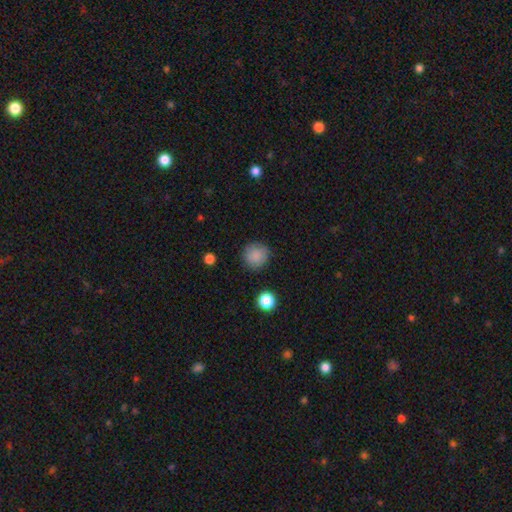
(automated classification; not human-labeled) smooth_or_featured: smooth (p=0.86) [alt: star or artifact p=0.09]
how_rounded: round (p=0.93) [alt: in between p=0.06]
merging: none (p=0.86) [alt: minor disturbance p=0.10]